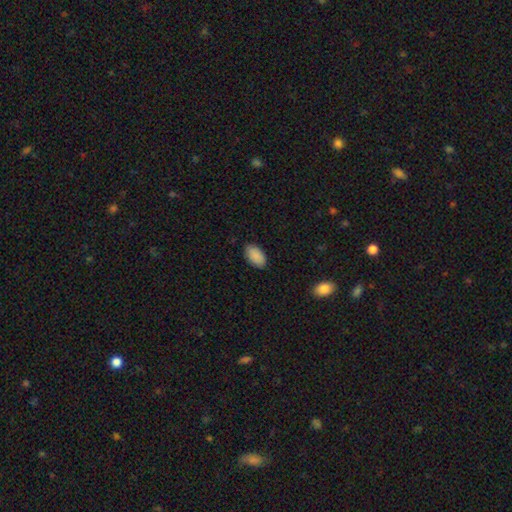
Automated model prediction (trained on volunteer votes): This is clearly a smooth galaxy (90%). How rounded: clearly in between (95%). Merging: clearly none (87%).